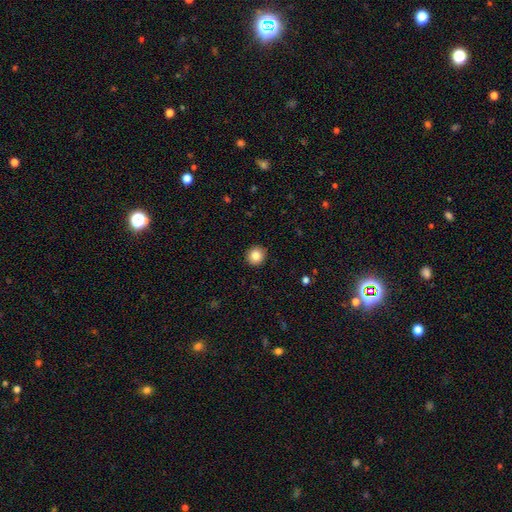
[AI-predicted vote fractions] Overall: smooth (84%). How rounded: round (92%). Merging: none (92%).